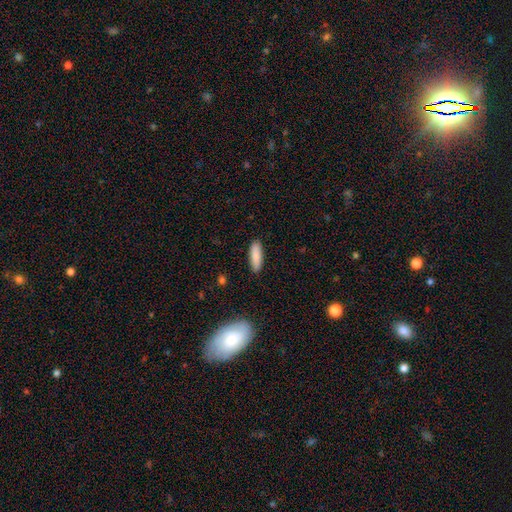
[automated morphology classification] Smooth or featured? smooth (87%)
How rounded? cigar-shaped (52%)
Merging? none (89%)